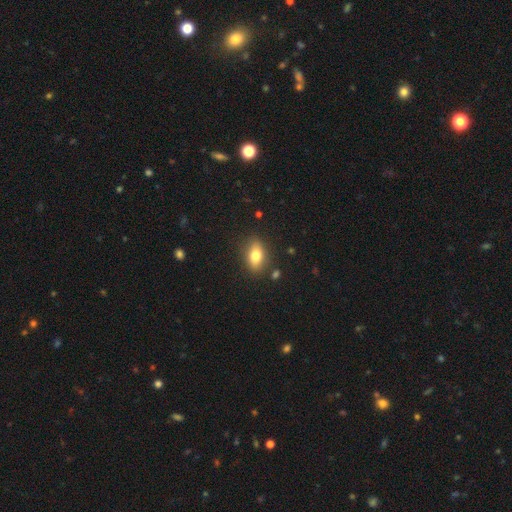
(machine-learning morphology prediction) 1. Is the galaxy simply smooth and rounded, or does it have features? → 78% smooth, 14% featured or disk, 8% star or artifact.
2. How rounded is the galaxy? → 85% in between, 11% round, 4% cigar-shaped.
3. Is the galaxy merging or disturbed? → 84% none, 11% minor disturbance, 3% major disturbance, 2% merger.